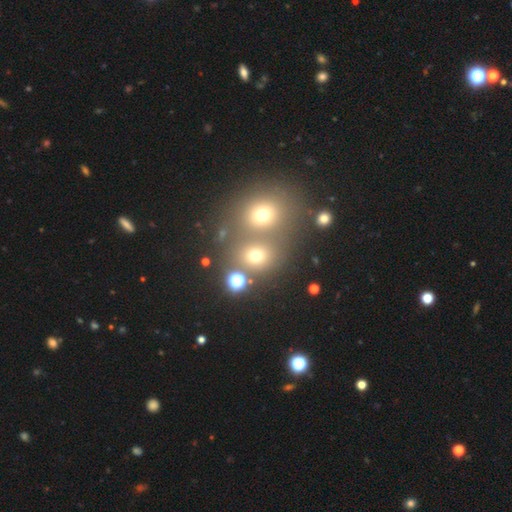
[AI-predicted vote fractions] This is likely a smooth galaxy (66%). How rounded: likely round (76%). Merging: possibly none (49%).